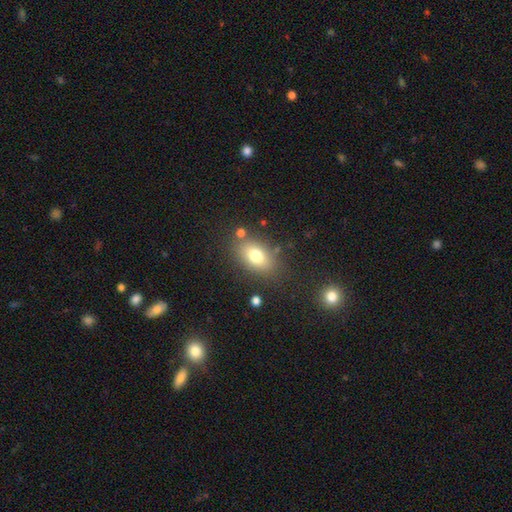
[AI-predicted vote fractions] A smooth galaxy with no disk features (77%) that is in between round and cigar-shaped (84%).

Vote fractions:
- Smooth or featured? smooth: 77% / featured or disk: 13% / star or artifact: 10%
- How rounded? in between: 84% / round: 14% / cigar-shaped: 2%
- Merging? none: 78% / minor disturbance: 13% / merger: 5% / major disturbance: 5%